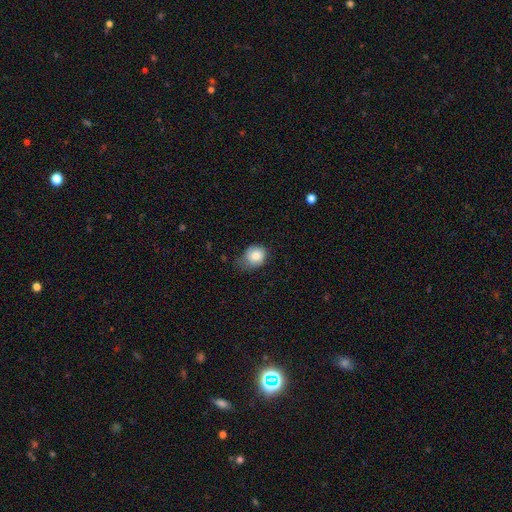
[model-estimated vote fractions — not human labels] smooth 80%, featured or disk 12%, star or artifact 8%. Down the decision tree: how rounded — round (55%); merging — minor disturbance (42%).